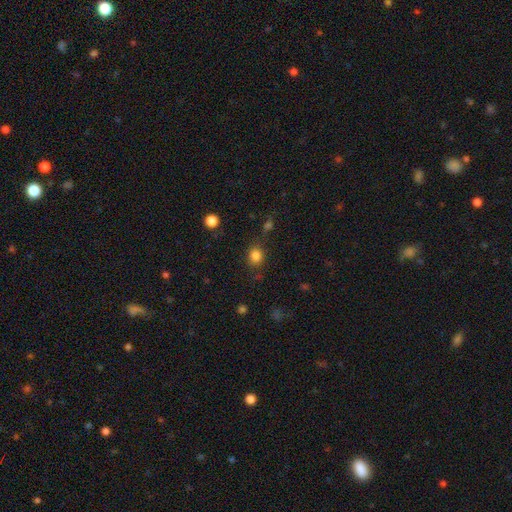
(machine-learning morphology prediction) type=smooth (82%); roundness=round (70%); merging=none (78%).